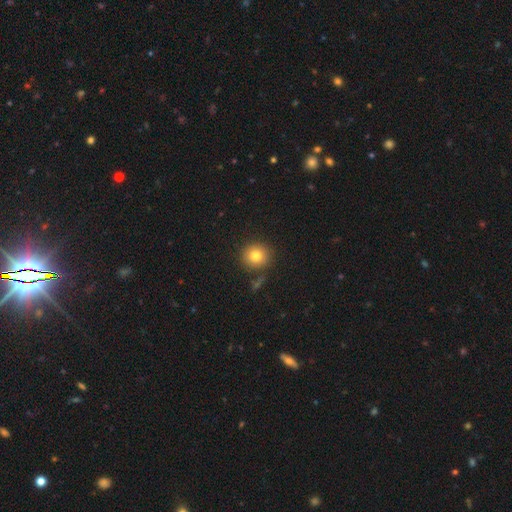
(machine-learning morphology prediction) smooth-or-featured: smooth: 81% | star or artifact: 11% | featured or disk: 9%
  how-rounded: round: 90% | in between: 9% | cigar-shaped: 1%
  merging: none: 84% | minor disturbance: 9% | merger: 4% | major disturbance: 3%